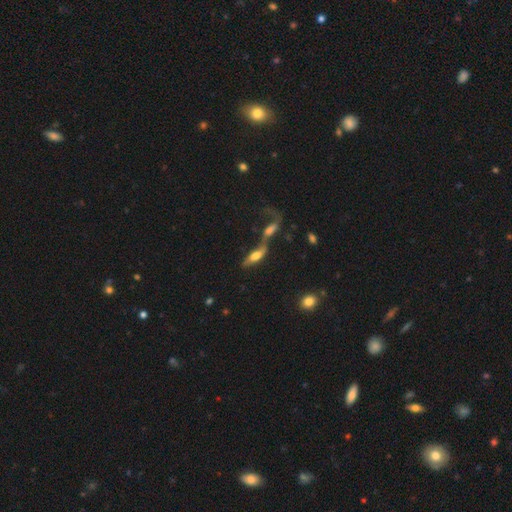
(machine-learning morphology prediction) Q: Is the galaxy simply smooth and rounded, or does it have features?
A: smooth — 49%.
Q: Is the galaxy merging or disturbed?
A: merger — 64%.